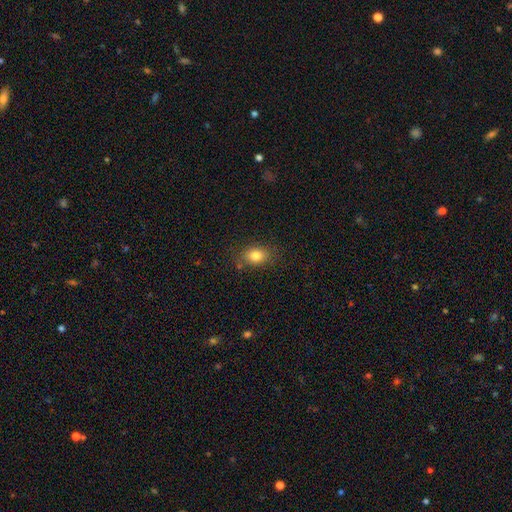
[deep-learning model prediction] A smooth galaxy with no disk features (82%) that is in between round and cigar-shaped (67%).

Vote fractions:
- Smooth or featured? smooth: 82% / star or artifact: 10% / featured or disk: 8%
- How rounded? in between: 67% / round: 32% / cigar-shaped: 1%
- Merging? none: 78% / minor disturbance: 14% / major disturbance: 4% / merger: 3%